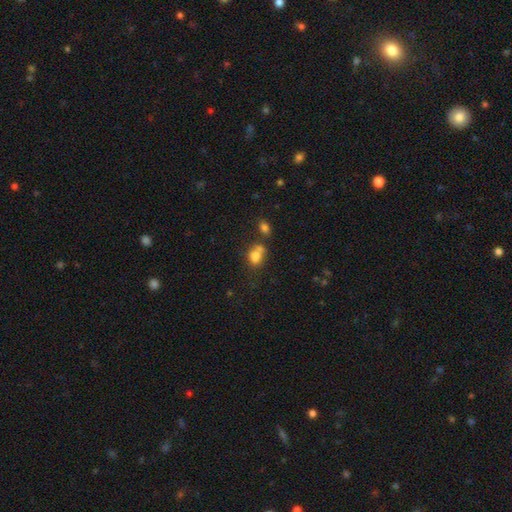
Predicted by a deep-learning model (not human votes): The model was most divided on "merging": merger: 46%, none: 31%, minor disturbance: 15%, major disturbance: 9%. More confident: smooth or featured — smooth (75%); how rounded — in between (66%).